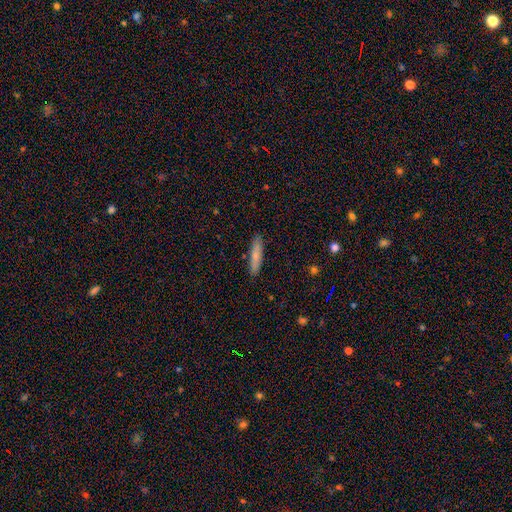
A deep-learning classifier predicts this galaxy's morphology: type=smooth (76%); roundness=cigar-shaped (84%); merging=none (89%).